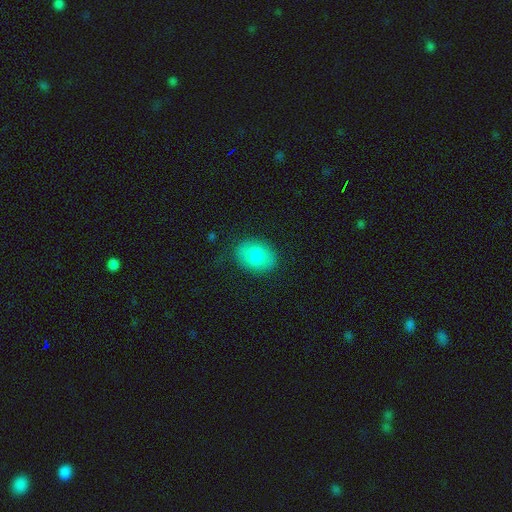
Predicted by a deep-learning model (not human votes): smooth 79%, featured or disk 13%, star or artifact 8%. Down the decision tree: how rounded — in between (54%); merging — none (79%).